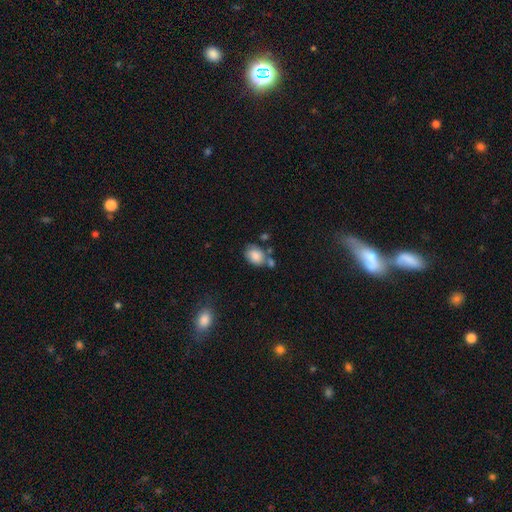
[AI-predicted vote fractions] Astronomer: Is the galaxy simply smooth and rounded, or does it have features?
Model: smooth — 80%.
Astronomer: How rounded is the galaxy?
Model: in between — 74%.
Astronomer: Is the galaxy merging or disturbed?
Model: none — 51%.